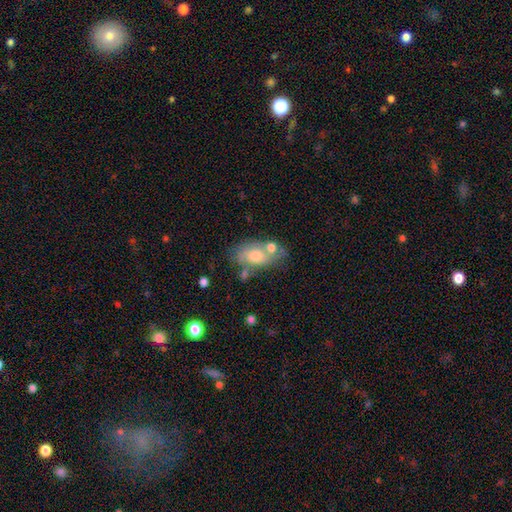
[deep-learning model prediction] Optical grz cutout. It shows a smooth galaxy with no disk features (56%) that is in between round and cigar-shaped (87%). Merging: none (49%).